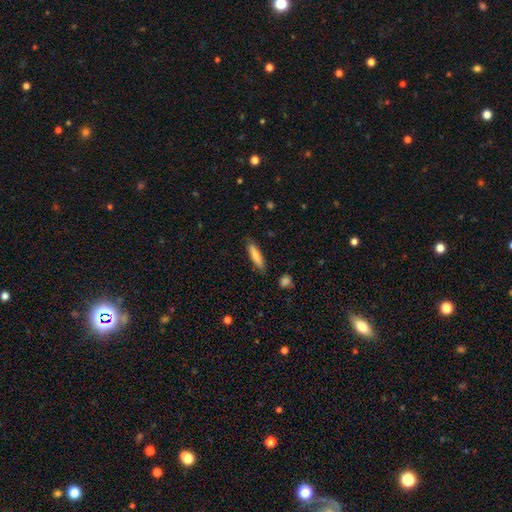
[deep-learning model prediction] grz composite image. It shows a smooth galaxy with no disk features (78%) that is cigar-shaped (76%). Merging: none (85%).